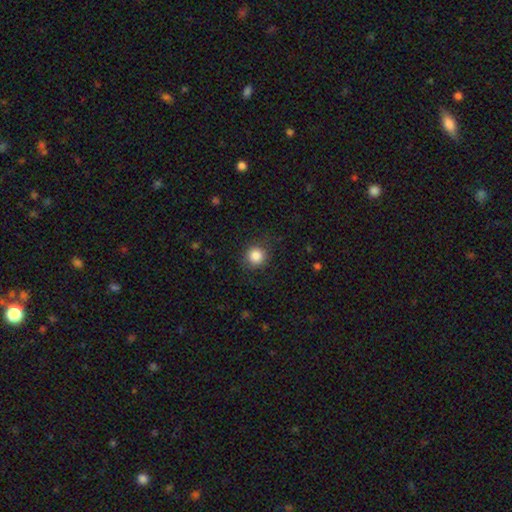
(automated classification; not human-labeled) smooth_or_featured: smooth (p=0.86) [alt: star or artifact p=0.10]
how_rounded: round (p=0.92) [alt: in between p=0.07]
merging: none (p=0.87) [alt: minor disturbance p=0.09]